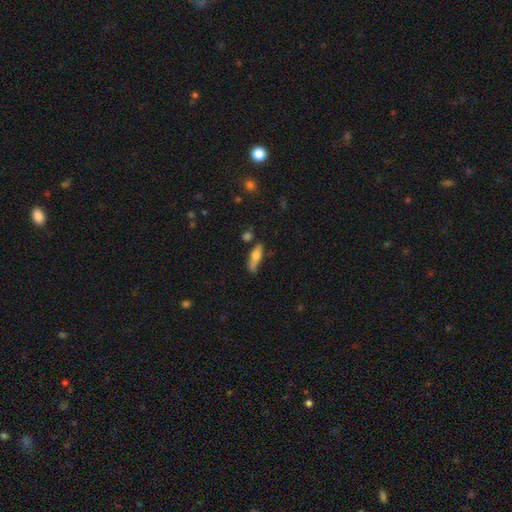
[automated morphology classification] smooth_or_featured: smooth (p=0.60) [alt: featured or disk p=0.34]
how_rounded: cigar-shaped (p=0.62) [alt: in between p=0.35]
merging: none (p=0.62) [alt: minor disturbance p=0.24]